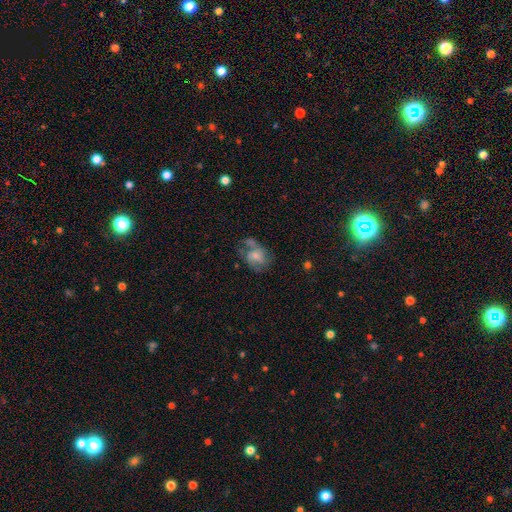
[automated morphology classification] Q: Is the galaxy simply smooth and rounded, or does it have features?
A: featured or disk — 51%.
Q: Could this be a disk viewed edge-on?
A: no — 97%.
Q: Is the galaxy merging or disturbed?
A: none — 41%.